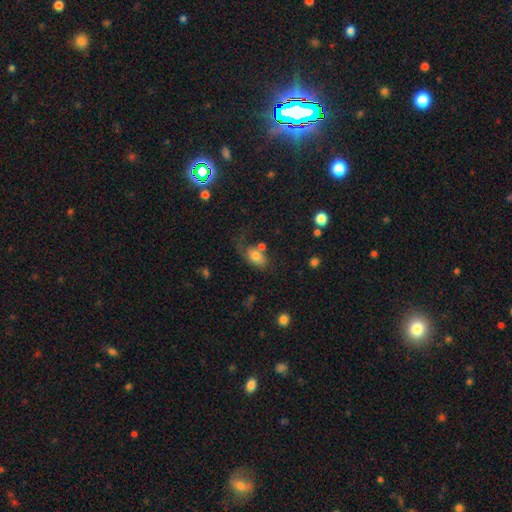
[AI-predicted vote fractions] This is likely a smooth galaxy (70%). How rounded: clearly in between (86%). Merging: marginally none (36%).